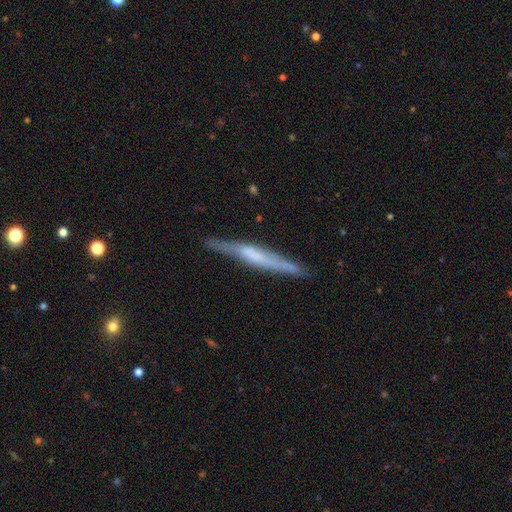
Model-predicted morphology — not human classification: featured or disk 63%, smooth 31%, star or artifact 6%. Down the decision tree: edge-on disk — yes (94%); edge-on bulge — boxy (35%); merging — none (82%).